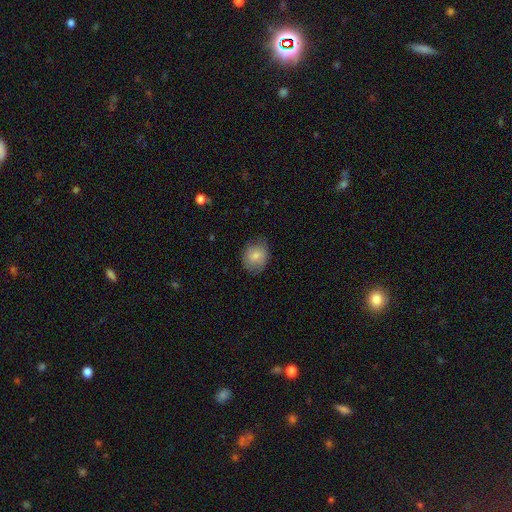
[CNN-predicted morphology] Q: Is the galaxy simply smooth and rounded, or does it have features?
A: smooth — 79%.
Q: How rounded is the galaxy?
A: round — 64%.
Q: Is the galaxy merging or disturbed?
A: none — 75%.